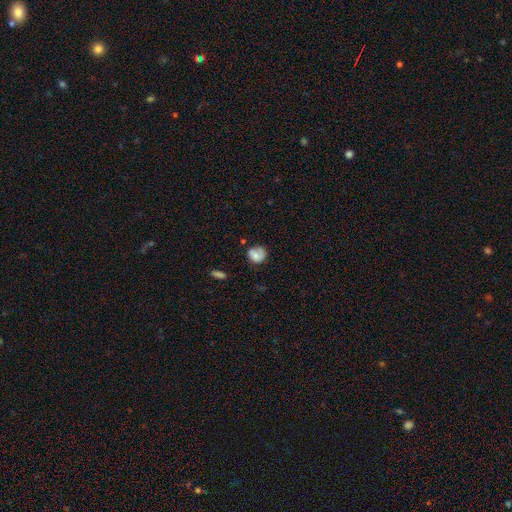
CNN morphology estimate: type=smooth (68%); roundness=round (72%); merging=none (56%).